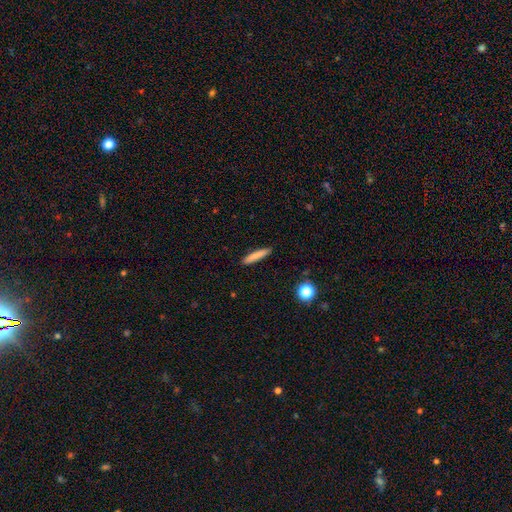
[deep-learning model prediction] smooth_or_featured: smooth (p=0.78) [alt: featured or disk p=0.15]
how_rounded: cigar-shaped (p=0.91) [alt: in between p=0.07]
merging: none (p=0.90) [alt: minor disturbance p=0.07]